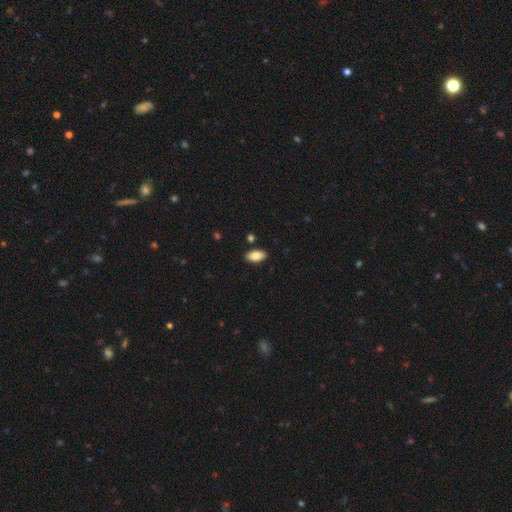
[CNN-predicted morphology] smooth_or_featured: smooth (p=0.84) [alt: featured or disk p=0.09]
how_rounded: in between (p=0.92) [alt: cigar-shaped p=0.05]
merging: none (p=0.88) [alt: minor disturbance p=0.08]